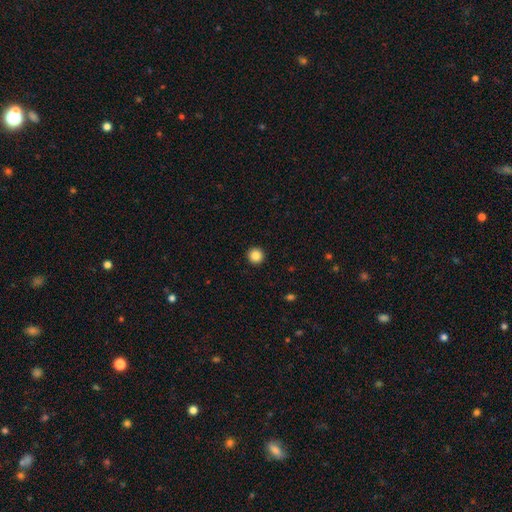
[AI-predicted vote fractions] Smooth or featured? Predicted: smooth (p=0.87). How rounded? Predicted: round (p=0.96). Merging? Predicted: none (p=0.94).